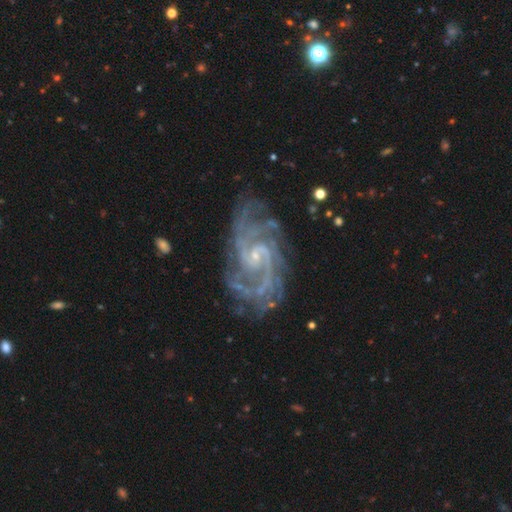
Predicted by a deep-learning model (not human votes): Morphology: type=featured or disk (91%); edge-on=no (97%); bar=no (45%); spiral arms=yes (98%); winding=tight (46%); arm count=2 (29%); bulge=small (78%); merging=none (76%).